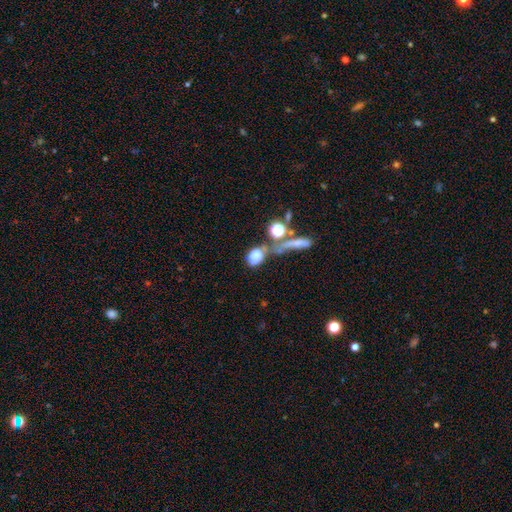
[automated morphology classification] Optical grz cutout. It shows a smooth galaxy with no disk features (70%) that is in between round and cigar-shaped (66%). Merging: merger (41%).